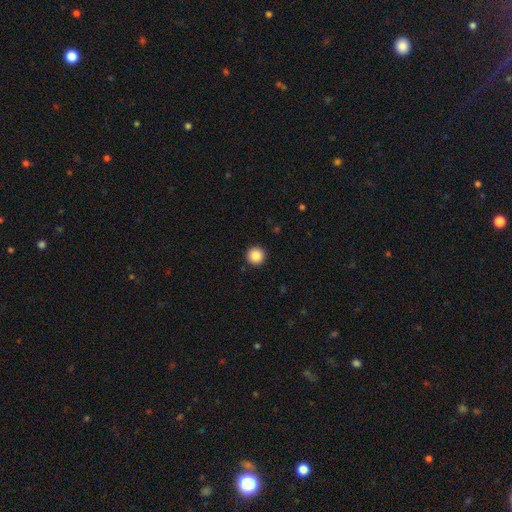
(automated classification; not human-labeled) Smooth or featured? Predicted: smooth (p=0.86). How rounded? Predicted: round (p=0.97). Merging? Predicted: none (p=0.93).